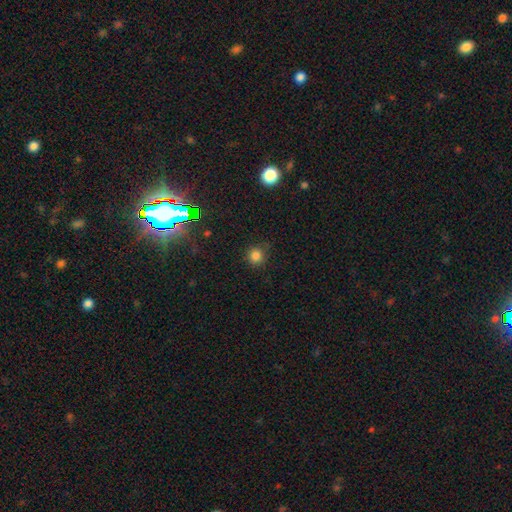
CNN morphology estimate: smooth_or_featured: smooth (p=0.79) [alt: star or artifact p=0.16]
how_rounded: round (p=0.92) [alt: in between p=0.07]
merging: none (p=0.83) [alt: minor disturbance p=0.12]